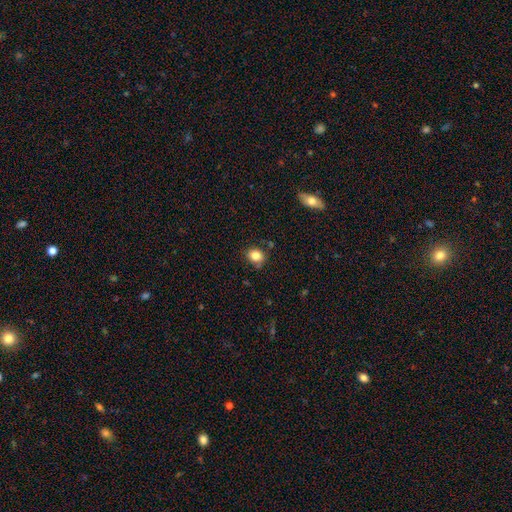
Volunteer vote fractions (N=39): A smooth galaxy with no disk features (87%) that is round (59%).

Vote fractions:
- Smooth or featured? smooth: 87% / star or artifact: 8% / featured or disk: 5%
- How rounded? round: 59% / in between: 38% / cigar-shaped: 3%
- Merging? none: 72% / minor disturbance: 22% / major disturbance: 6% / merger: 0%